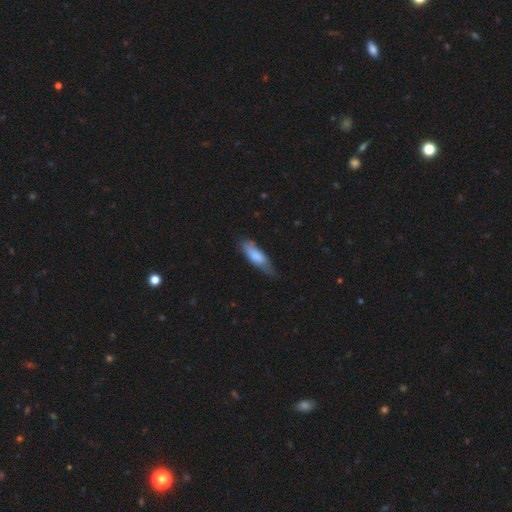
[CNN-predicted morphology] A smooth galaxy with no disk features (76%) that is in between round and cigar-shaped (51%).

Vote fractions:
- Smooth or featured? smooth: 76% / featured or disk: 18% / star or artifact: 6%
- How rounded? in between: 51% / cigar-shaped: 48% / round: 2%
- Merging? none: 60% / minor disturbance: 32% / major disturbance: 7% / merger: 2%